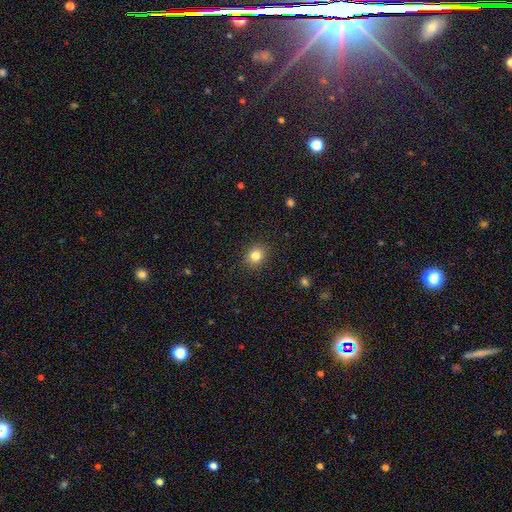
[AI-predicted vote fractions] A smooth galaxy with no disk features (83%) that is round (76%). Merging: none (90%).